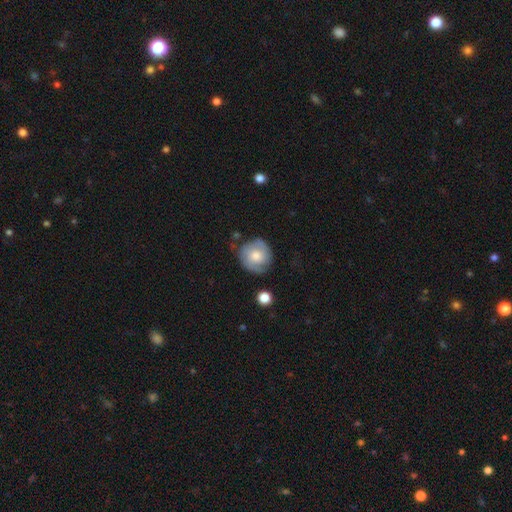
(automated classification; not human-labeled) Overall: smooth (61%; featured or disk 32%). How rounded: round (89%). Merging: none (71%).